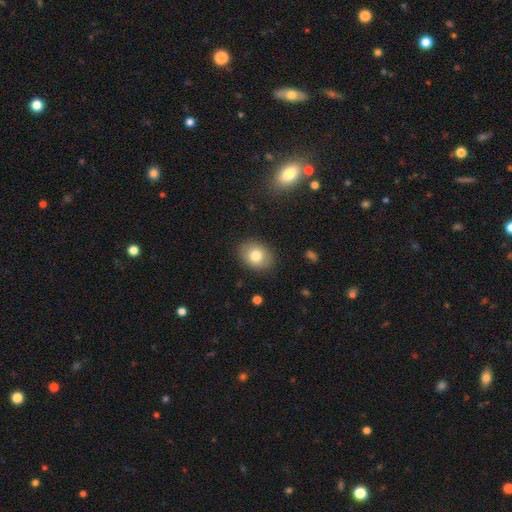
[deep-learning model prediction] This appears to be a smooth galaxy with no disk features (77%) that is in between round and cigar-shaped (64%). Merging: none (87%).